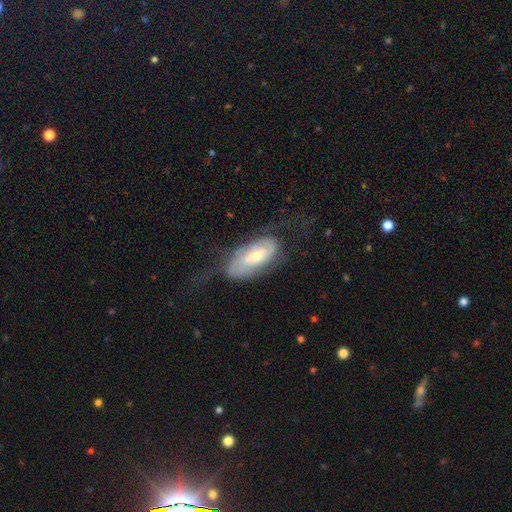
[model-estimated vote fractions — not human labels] This appears to be a featured or disk galaxy (62%) with no bar (64%), spiral arms (71%) and a moderate central bulge (51%). Merging: none (50%).